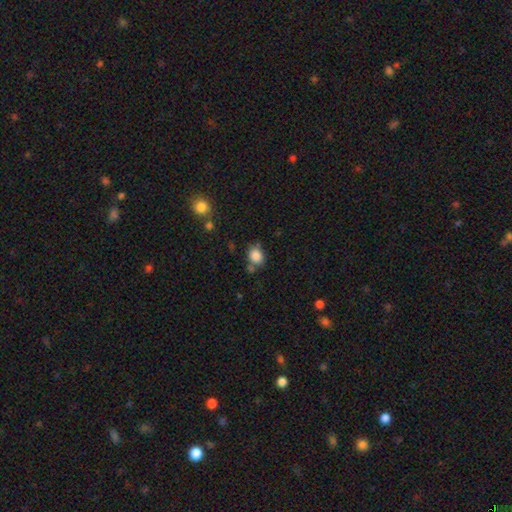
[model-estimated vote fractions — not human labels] Smooth or featured?
  - smooth: 84% *
  - star or artifact: 10%
  - featured or disk: 6%
How rounded?
  - round: 57% *
  - in between: 42%
  - cigar-shaped: 1%
Merging?
  - none: 60% *
  - minor disturbance: 20%
  - merger: 14%
  - major disturbance: 6%